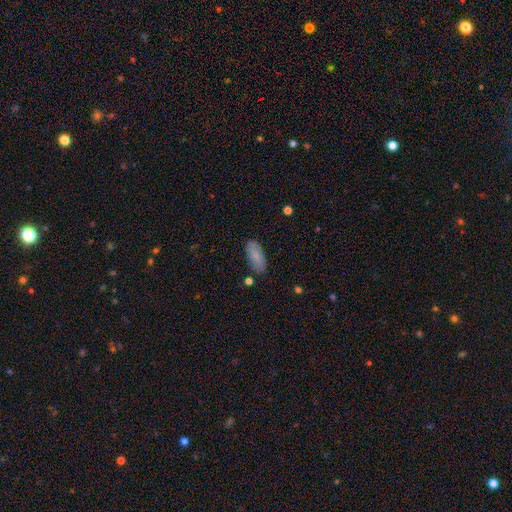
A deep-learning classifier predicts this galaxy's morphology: Smooth or featured: smooth — 78% (featured or disk — 16%)
How rounded: in between — 86% (cigar-shaped — 12%)
Merging: none — 82% (minor disturbance — 13%)